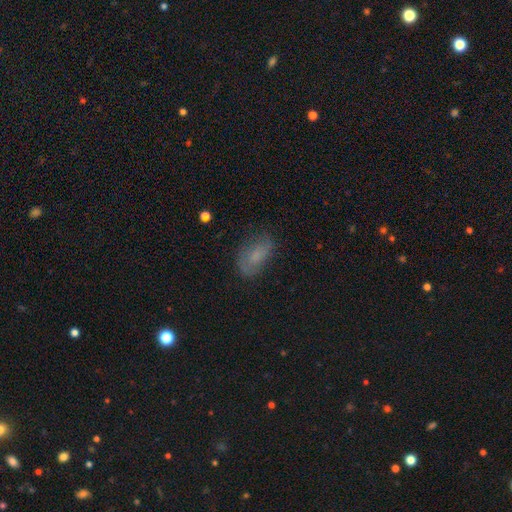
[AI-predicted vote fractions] A smooth galaxy with no disk features (61%) that is in between round and cigar-shaped (89%).

Vote fractions:
- Smooth or featured? smooth: 61% / featured or disk: 26% / star or artifact: 13%
- How rounded? in between: 89% / round: 7% / cigar-shaped: 4%
- Merging? none: 68% / minor disturbance: 22% / major disturbance: 9% / merger: 2%